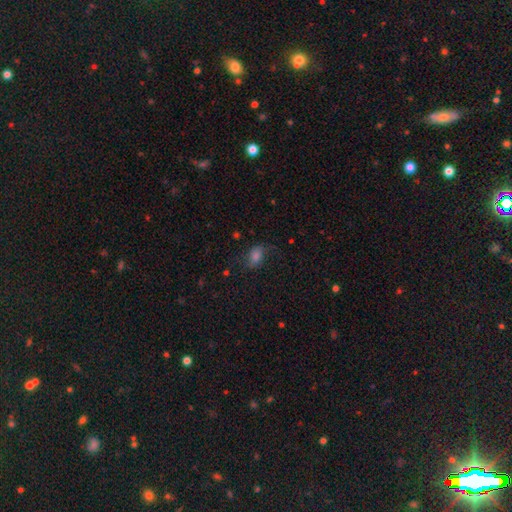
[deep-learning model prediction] Smooth or featured? smooth (63%)
How rounded? in between (78%)
Merging? none (62%)